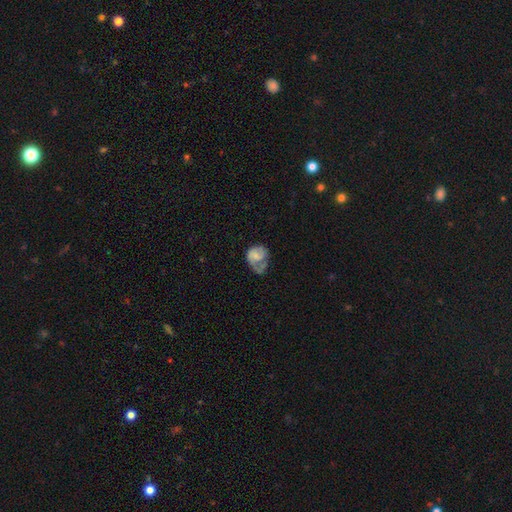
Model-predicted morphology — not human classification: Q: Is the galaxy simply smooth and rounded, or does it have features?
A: featured or disk — 48%.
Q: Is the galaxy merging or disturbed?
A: major disturbance — 42%.